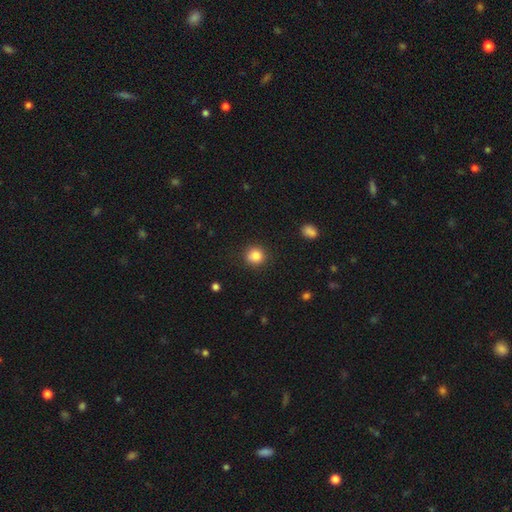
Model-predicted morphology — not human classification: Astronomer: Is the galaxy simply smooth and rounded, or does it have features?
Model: smooth — 85%.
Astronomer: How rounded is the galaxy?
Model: round — 90%.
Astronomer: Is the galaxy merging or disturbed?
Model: none — 88%.